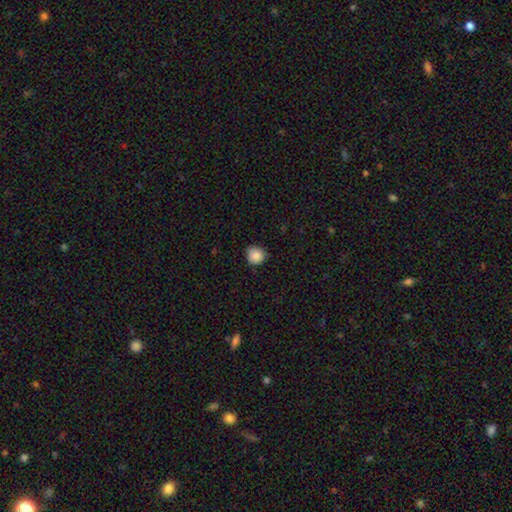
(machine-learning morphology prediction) A smooth galaxy with no disk features (87%) that is round (89%). Merging: none (81%).